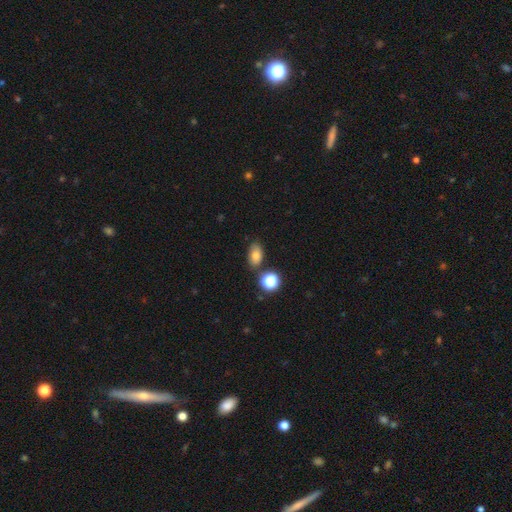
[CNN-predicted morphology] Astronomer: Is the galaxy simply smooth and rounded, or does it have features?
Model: smooth — 77%.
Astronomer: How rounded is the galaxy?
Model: in between — 84%.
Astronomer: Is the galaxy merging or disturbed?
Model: none — 73%.